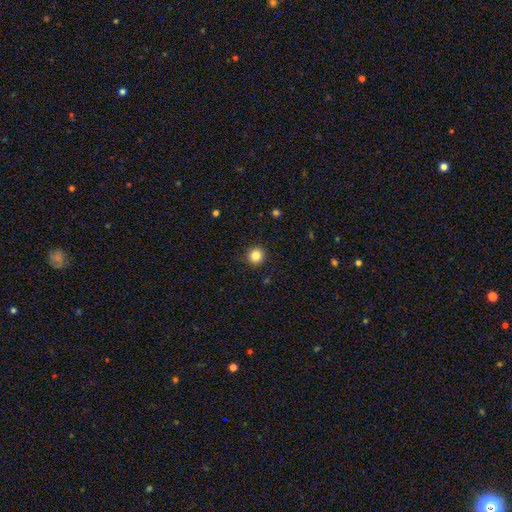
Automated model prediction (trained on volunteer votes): smooth-or-featured: smooth: 84% | star or artifact: 11% | featured or disk: 5%
  how-rounded: round: 94% | in between: 5% | cigar-shaped: 1%
  merging: none: 92% | minor disturbance: 5% | major disturbance: 2% | merger: 1%